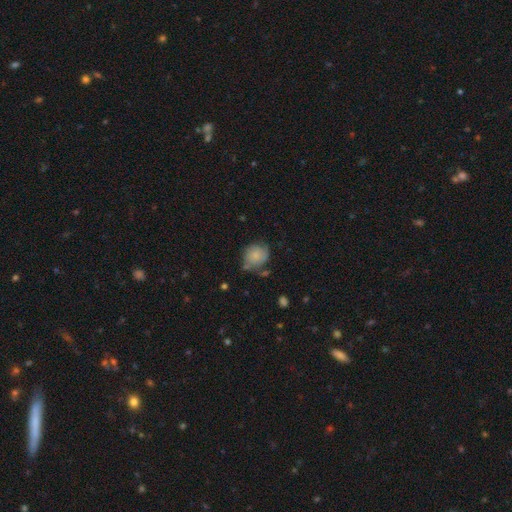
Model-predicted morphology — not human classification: Smooth or featured? Predicted: smooth (p=0.65). How rounded? Predicted: round (p=0.71). Merging? Predicted: none (p=0.53).